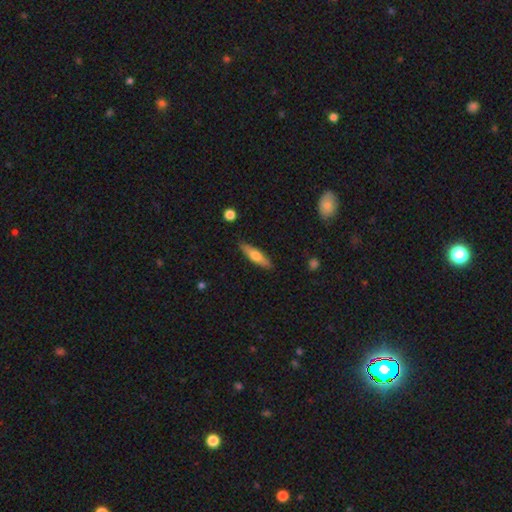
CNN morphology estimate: smooth-or-featured: smooth: 56% | featured or disk: 38% | star or artifact: 6%
  how-rounded: cigar-shaped: 73% | in between: 25% | round: 2%
  merging: none: 88% | minor disturbance: 9% | major disturbance: 2% | merger: 1%